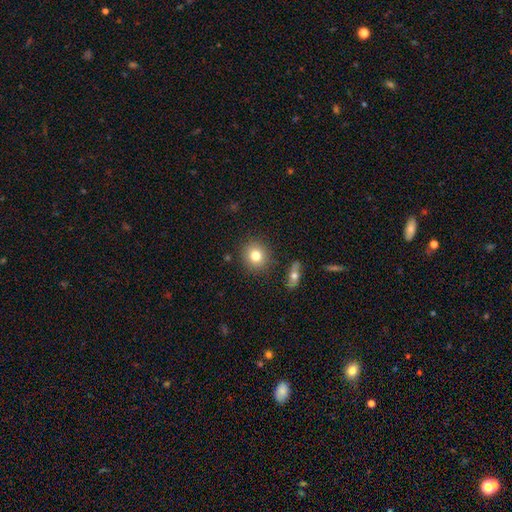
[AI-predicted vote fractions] Morphology: type=smooth (79%); roundness=round (87%); merging=none (87%).